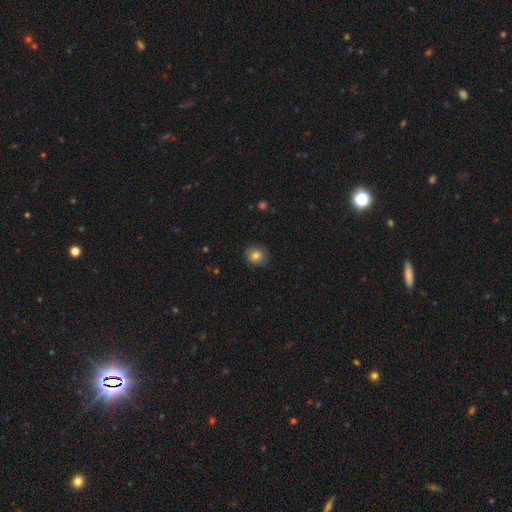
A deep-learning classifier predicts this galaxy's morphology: smooth 81%, star or artifact 10%, featured or disk 9%. Down the decision tree: how rounded — round (78%); merging — none (85%).